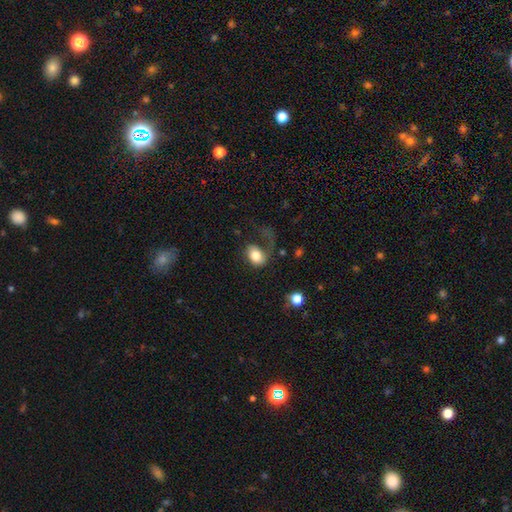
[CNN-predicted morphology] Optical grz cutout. It shows a smooth galaxy with no disk features (69%) that is in between round and cigar-shaped (71%). Merging: major disturbance (44%).